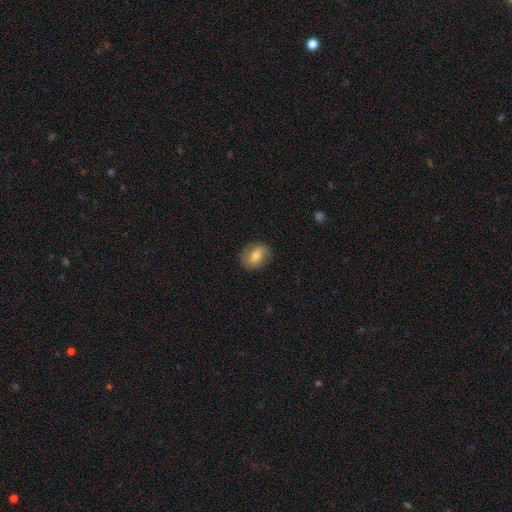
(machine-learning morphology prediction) Smooth or featured?
  - smooth: 65% *
  - featured or disk: 27%
  - star or artifact: 8%
How rounded?
  - in between: 59% *
  - round: 40%
  - cigar-shaped: 2%
Merging?
  - none: 81% *
  - minor disturbance: 14%
  - major disturbance: 4%
  - merger: 1%